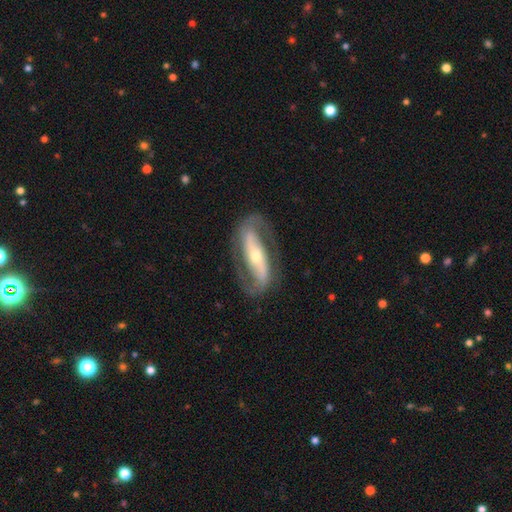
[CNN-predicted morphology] Q: Smooth or featured?
A: featured or disk (87%); runner-up: smooth (8%)
Q: Edge-on disk?
A: no (90%); runner-up: yes (10%)
Q: Bar?
A: strong (59%); runner-up: no (20%)
Q: Spiral arms?
A: yes (92%); runner-up: no (8%)
Q: Spiral winding?
A: medium (46%); runner-up: loose (31%)
Q: Spiral arm count?
A: 2 (92%); runner-up: can't tell (3%)
Q: Bulge size?
A: small (48%); runner-up: moderate (46%)
Q: Merging?
A: none (81%); runner-up: minor disturbance (12%)